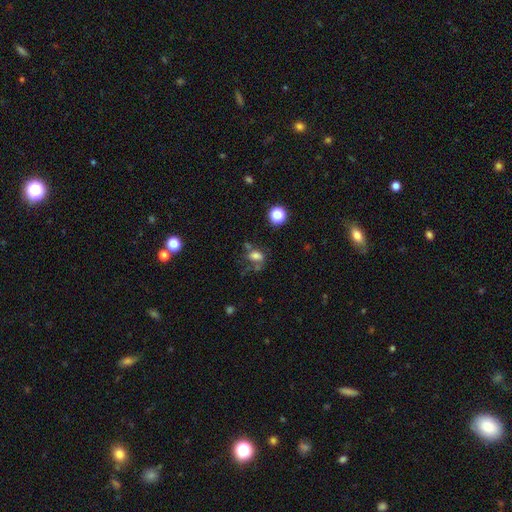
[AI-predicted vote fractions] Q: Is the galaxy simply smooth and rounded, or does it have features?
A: smooth — 65%.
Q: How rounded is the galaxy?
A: in between — 73%.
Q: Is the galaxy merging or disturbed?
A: none — 42%.